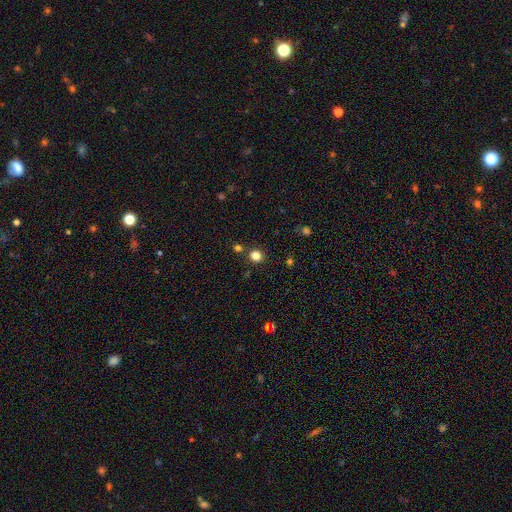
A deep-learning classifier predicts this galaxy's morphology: Smooth or featured: smooth — 81% (star or artifact — 15%)
How rounded: round — 90% (in between — 9%)
Merging: none — 86% (minor disturbance — 6%)